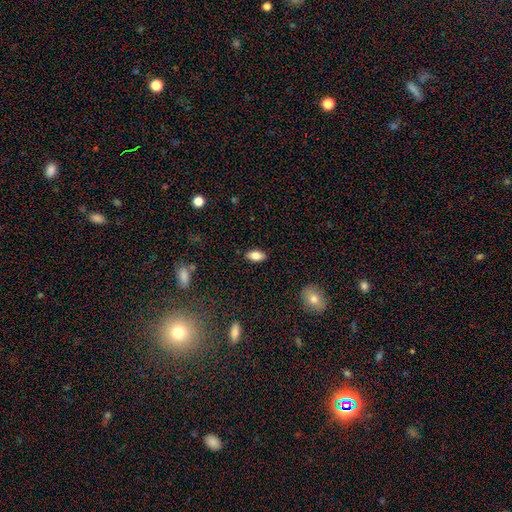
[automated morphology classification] type=smooth (76%); roundness=in between (88%); merging=none (87%).